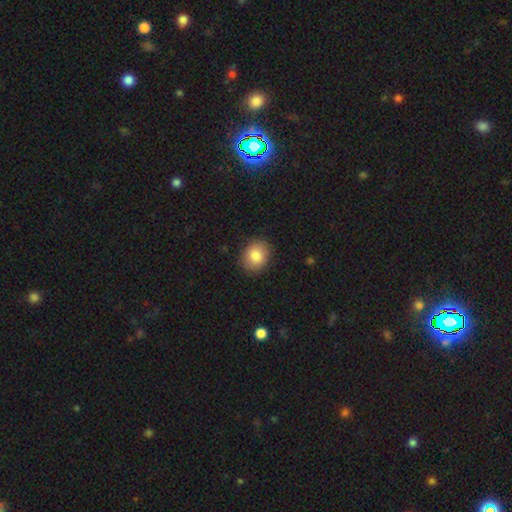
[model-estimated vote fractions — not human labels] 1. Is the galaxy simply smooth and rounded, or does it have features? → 84% smooth, 8% star or artifact, 8% featured or disk.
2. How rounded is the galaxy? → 57% round, 43% in between, 1% cigar-shaped.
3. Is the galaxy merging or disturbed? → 87% none, 10% minor disturbance, 2% major disturbance, 1% merger.